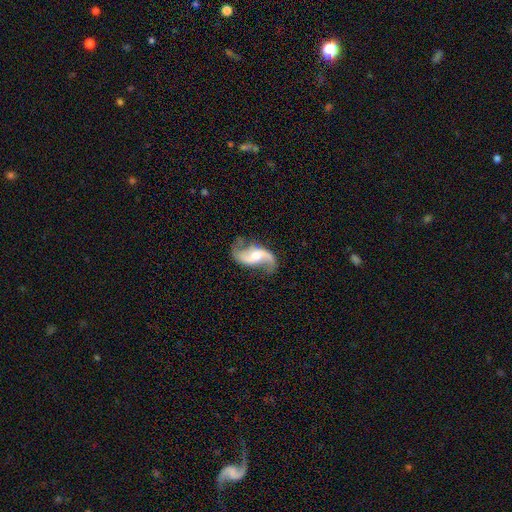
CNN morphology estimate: featured or disk 90%, smooth 6%, star or artifact 5%. Down the decision tree: edge-on disk — no (97%); bar — weak (44%); spiral arms — yes (97%); spiral arm count — 2 (93%); spiral winding — loose (78%); bulge size — moderate (56%); merging — none (73%).